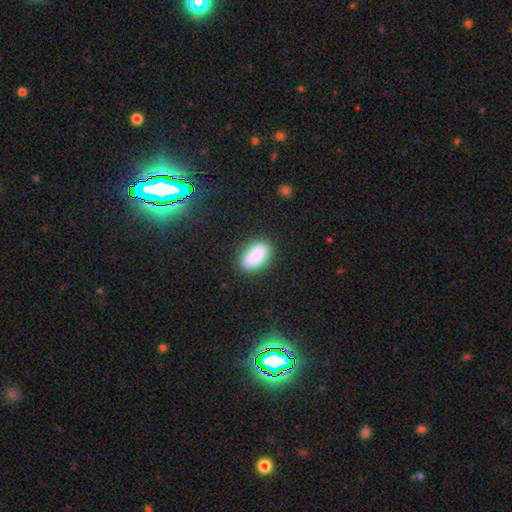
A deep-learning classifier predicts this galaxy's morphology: Q: Smooth or featured?
A: smooth (88%); runner-up: star or artifact (7%)
Q: How rounded?
A: in between (92%); runner-up: round (5%)
Q: Merging?
A: none (86%); runner-up: minor disturbance (10%)